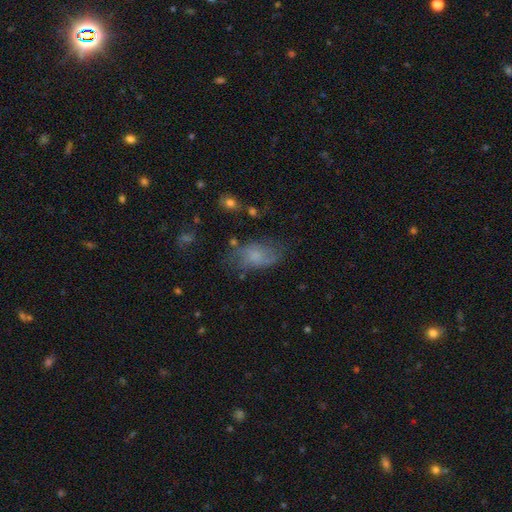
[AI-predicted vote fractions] smooth_or_featured: smooth (p=0.55) [alt: featured or disk p=0.33]
how_rounded: in between (p=0.88) [alt: round p=0.09]
merging: none (p=0.53) [alt: minor disturbance p=0.27]